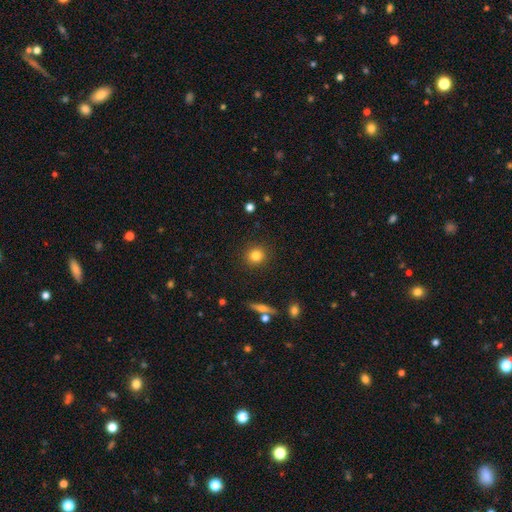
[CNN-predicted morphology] A smooth galaxy with no disk features (82%) that is round (89%).

Vote fractions:
- Smooth or featured? smooth: 82% / star or artifact: 11% / featured or disk: 7%
- How rounded? round: 89% / in between: 10% / cigar-shaped: 1%
- Merging? none: 90% / minor disturbance: 6% / major disturbance: 2% / merger: 1%